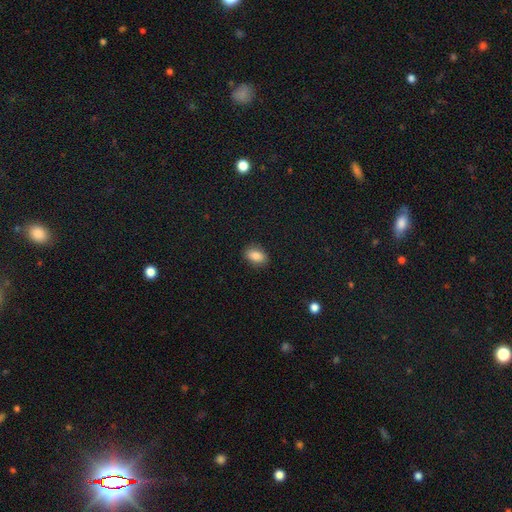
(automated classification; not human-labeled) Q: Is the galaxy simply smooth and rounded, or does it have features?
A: smooth — 86%.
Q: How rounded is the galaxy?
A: in between — 89%.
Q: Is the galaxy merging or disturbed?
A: none — 87%.